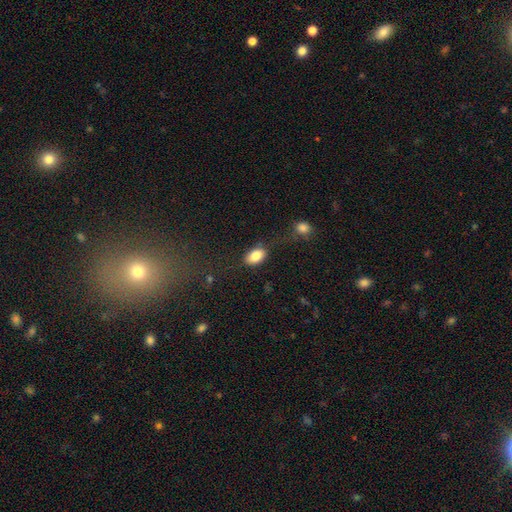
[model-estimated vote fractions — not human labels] This appears to be a smooth galaxy with no disk features (83%) that is in between round and cigar-shaped (88%). Merging: none (74%).